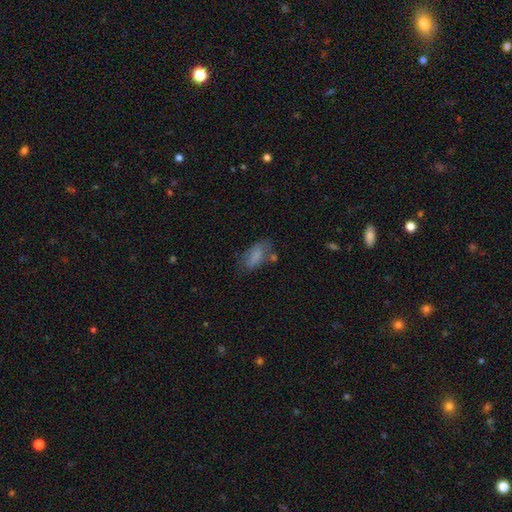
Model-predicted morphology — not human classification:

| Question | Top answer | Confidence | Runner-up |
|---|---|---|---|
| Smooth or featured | smooth | 71% | featured or disk (21%) |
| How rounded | in between | 88% | cigar-shaped (8%) |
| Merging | none | 56% | minor disturbance (25%) |